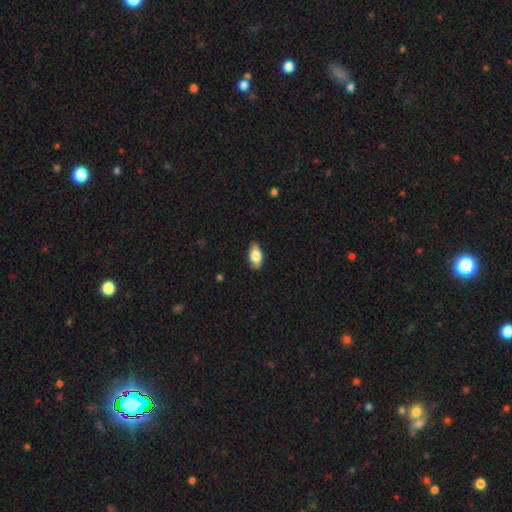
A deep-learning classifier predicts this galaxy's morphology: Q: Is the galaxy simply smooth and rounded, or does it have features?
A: smooth — 77%.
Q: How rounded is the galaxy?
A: in between — 90%.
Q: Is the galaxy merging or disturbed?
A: none — 83%.